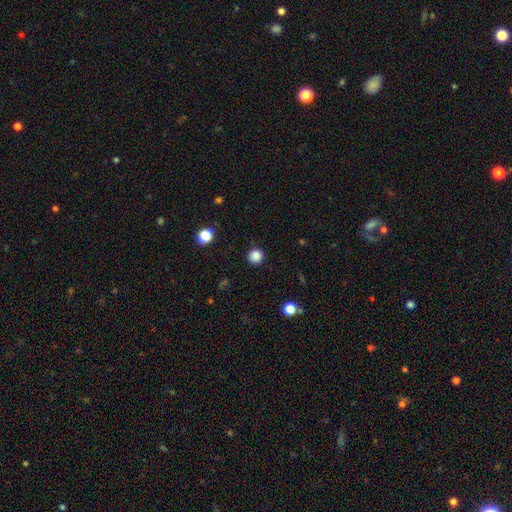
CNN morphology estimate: The model was most divided on "smooth or featured": smooth: 85%, star or artifact: 12%, featured or disk: 3%. More confident: how rounded — round (95%); merging — none (92%).